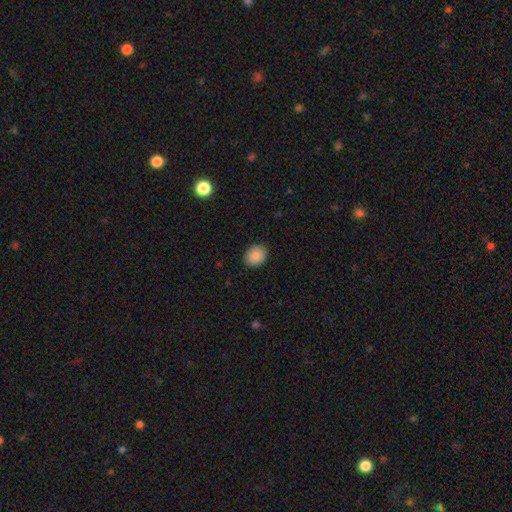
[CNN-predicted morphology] This is clearly a smooth galaxy (88%). How rounded: possibly round (50%). Merging: clearly none (86%).